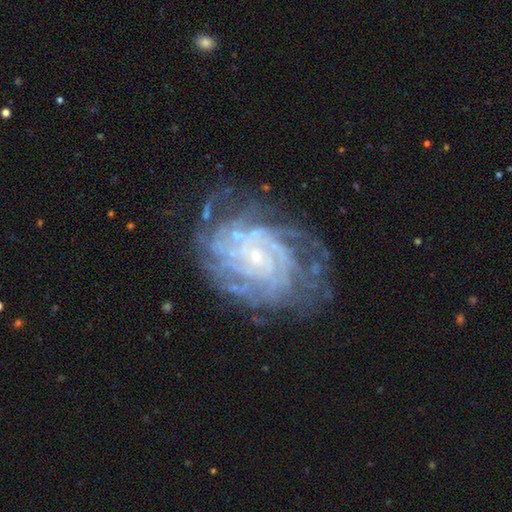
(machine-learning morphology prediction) This is clearly a featured or disk galaxy (88%). It is clearly not viewed edge-on (97%). Bar: likely no (75%). Spiral arm pattern: clearly yes (96%). Spiral arm count: marginally can't tell (29%). Spiral winding: likely tight (77%). Central bulge: clearly small (86%). Merging: likely none (63%).